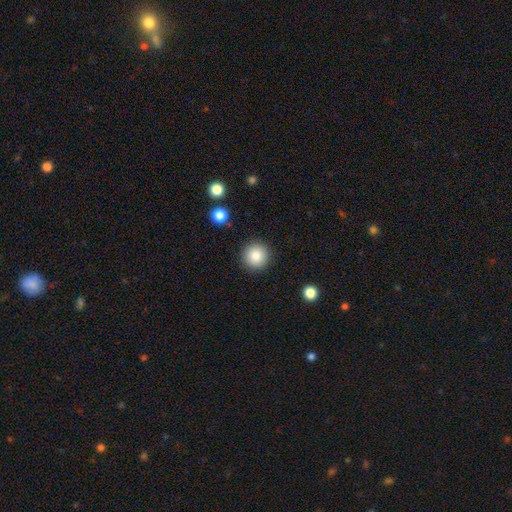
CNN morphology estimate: This is clearly a smooth galaxy (84%). How rounded: clearly round (95%). Merging: clearly none (91%).